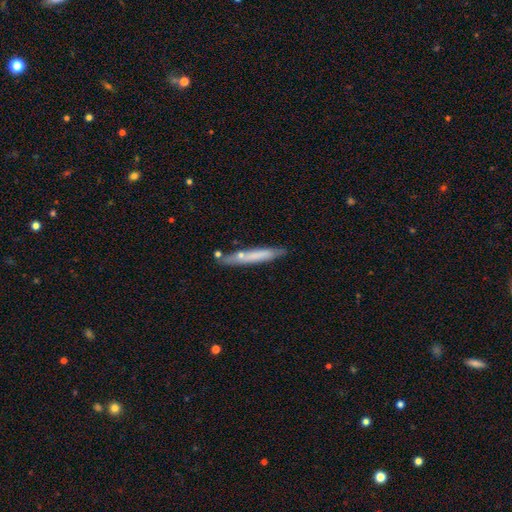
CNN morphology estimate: Overall: smooth (62%; featured or disk 32%). How rounded: cigar-shaped (94%). Merging: none (76%).